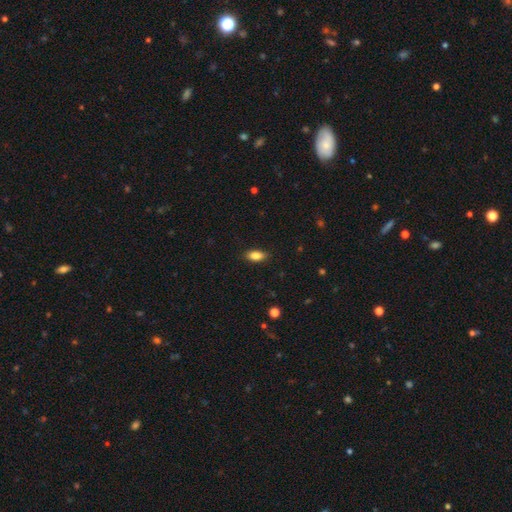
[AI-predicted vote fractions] smooth 85%, star or artifact 8%, featured or disk 8%. Down the decision tree: how rounded — in between (88%); merging — none (87%).